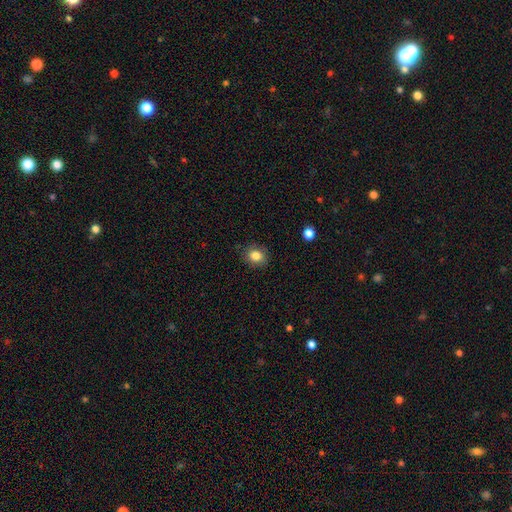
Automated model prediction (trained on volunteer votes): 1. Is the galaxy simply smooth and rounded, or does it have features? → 83% smooth, 10% star or artifact, 7% featured or disk.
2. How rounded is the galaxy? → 66% round, 33% in between, 1% cigar-shaped.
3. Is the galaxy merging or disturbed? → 85% none, 11% minor disturbance, 3% major disturbance, 1% merger.